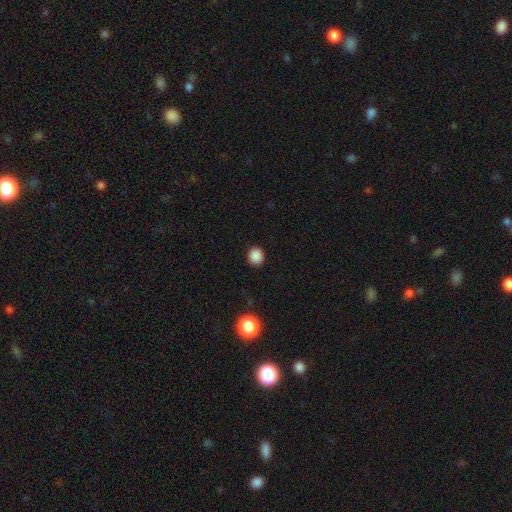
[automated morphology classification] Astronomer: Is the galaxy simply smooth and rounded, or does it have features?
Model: smooth — 87%.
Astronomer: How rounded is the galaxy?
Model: round — 77%.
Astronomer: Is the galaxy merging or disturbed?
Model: none — 91%.